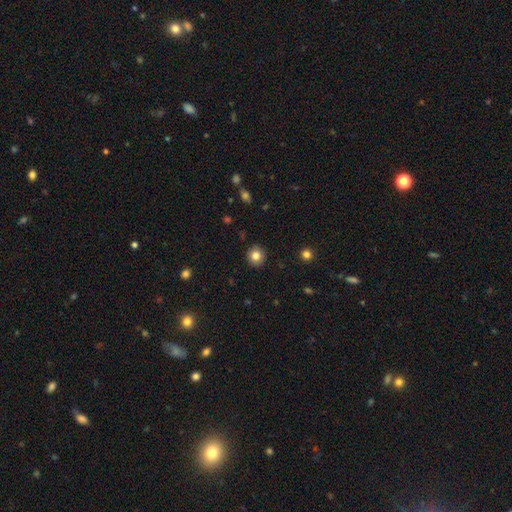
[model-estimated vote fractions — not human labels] Overall: smooth (83%). How rounded: round (88%). Merging: none (91%).